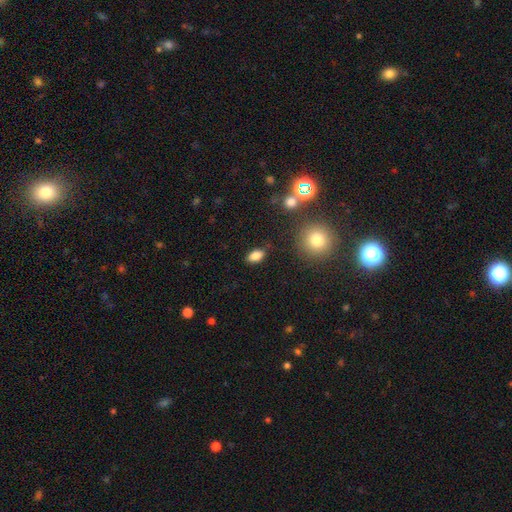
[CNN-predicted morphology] This appears to be a smooth galaxy with no disk features (82%) that is in between round and cigar-shaped (88%). Merging: none (84%).